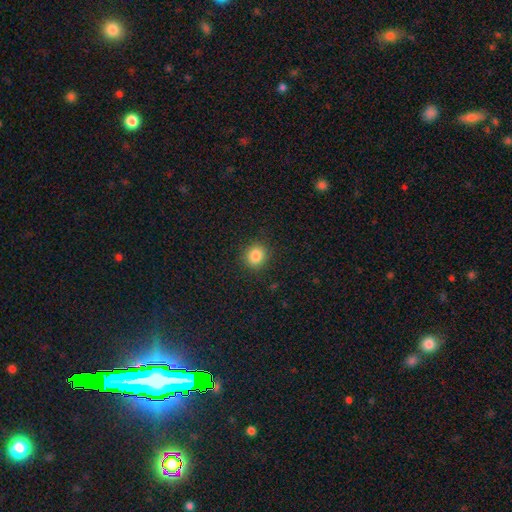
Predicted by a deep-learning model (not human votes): Smooth or featured? smooth (84%)
How rounded? round (85%)
Merging? none (90%)